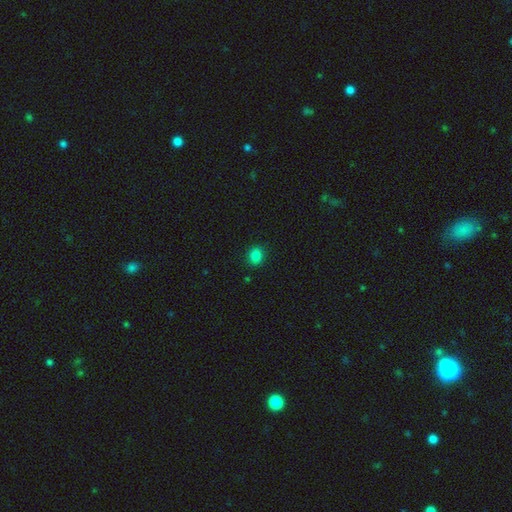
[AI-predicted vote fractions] This appears to be a smooth galaxy with no disk features (83%) that is round (62%). Merging: none (88%).